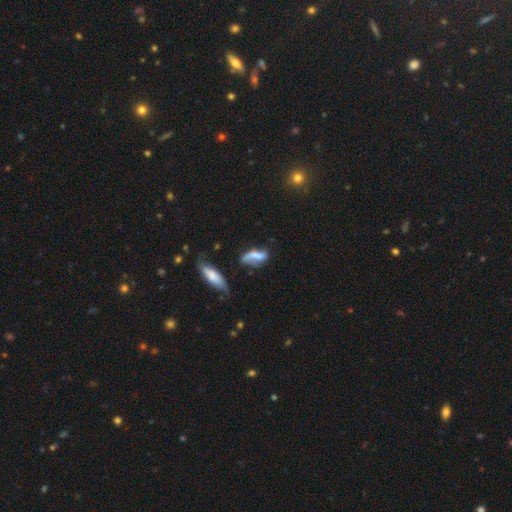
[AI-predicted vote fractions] Smooth or featured?
  - smooth: 52% *
  - featured or disk: 38%
  - star or artifact: 10%
How rounded?
  - in between: 65% *
  - cigar-shaped: 30%
  - round: 5%
Merging?
  - none: 40% *
  - minor disturbance: 28%
  - major disturbance: 21%
  - merger: 11%